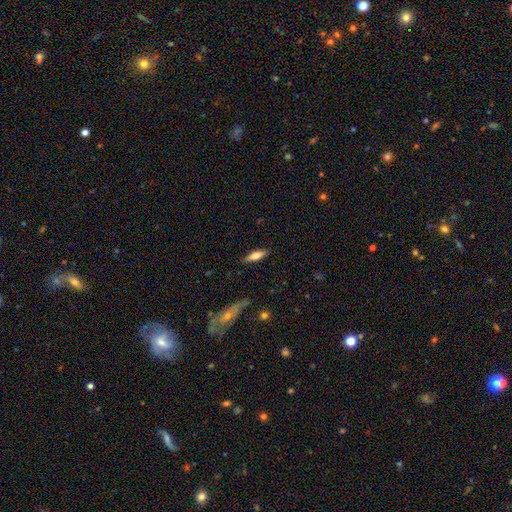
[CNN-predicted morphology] type=smooth (59%); roundness=cigar-shaped (58%); merging=none (84%).